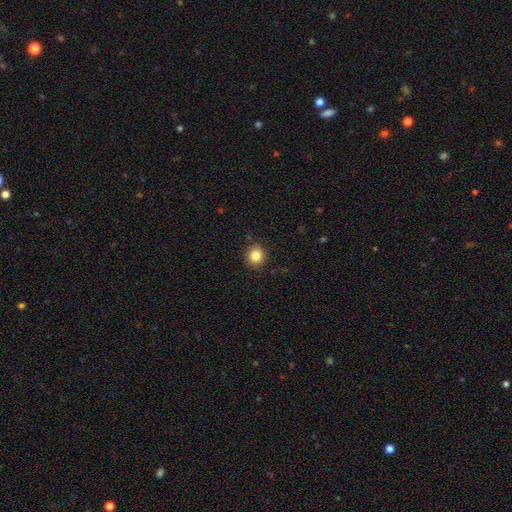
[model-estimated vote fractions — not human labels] The model was most divided on "how rounded": round: 83%, in between: 16%, cigar-shaped: 1%. More confident: merging — none (90%); smooth or featured — smooth (84%).